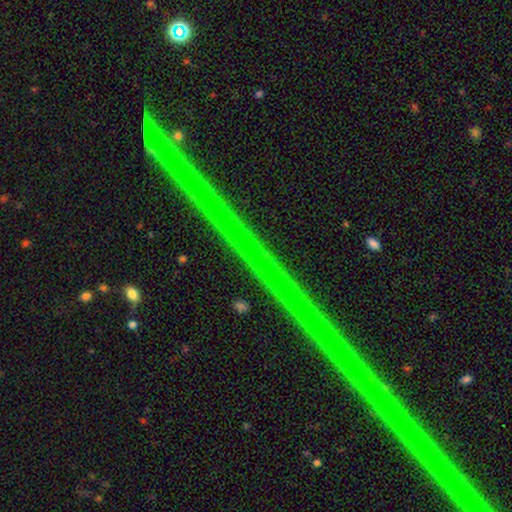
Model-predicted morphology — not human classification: smooth-or-featured: star or artifact: 87% | featured or disk: 10% | smooth: 4%